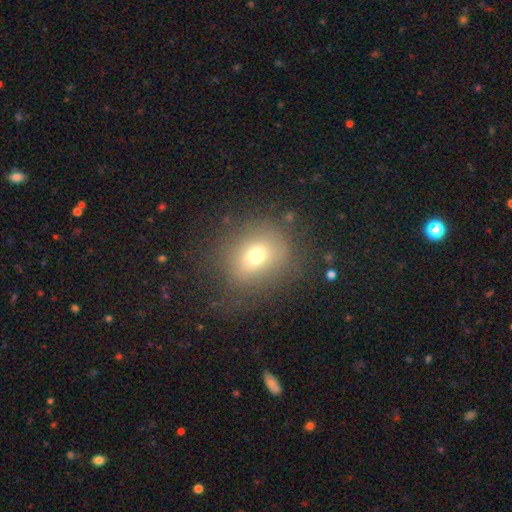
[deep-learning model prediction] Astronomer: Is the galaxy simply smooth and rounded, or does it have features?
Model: smooth — 67%.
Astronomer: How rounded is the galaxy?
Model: round — 68%.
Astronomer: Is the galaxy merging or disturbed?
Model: none — 72%.